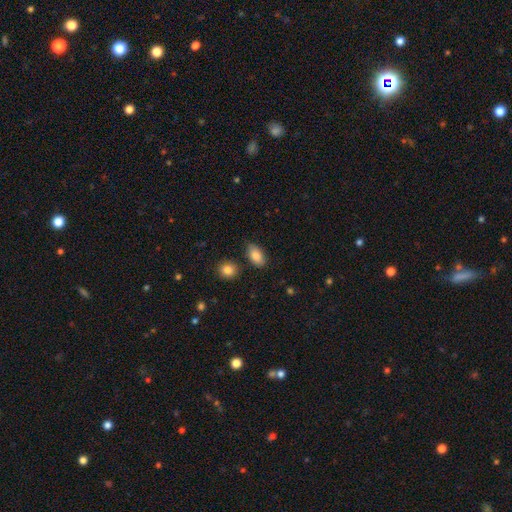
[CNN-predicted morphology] smooth_or_featured: smooth (p=0.86) [alt: star or artifact p=0.07]
how_rounded: in between (p=0.92) [alt: round p=0.06]
merging: none (p=0.78) [alt: minor disturbance p=0.15]